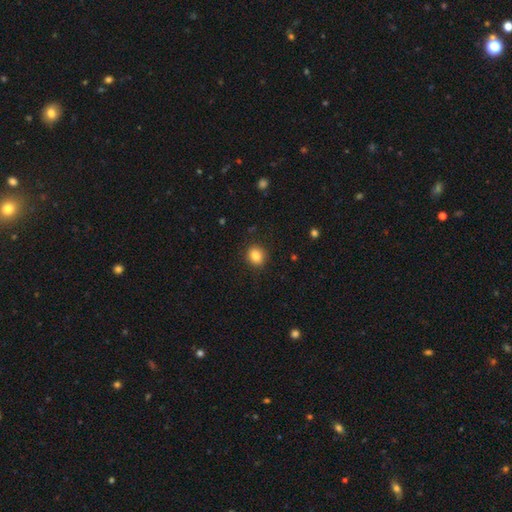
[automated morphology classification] The model was most divided on "how rounded": round: 69%, in between: 30%, cigar-shaped: 1%. More confident: merging — none (88%); smooth or featured — smooth (85%).